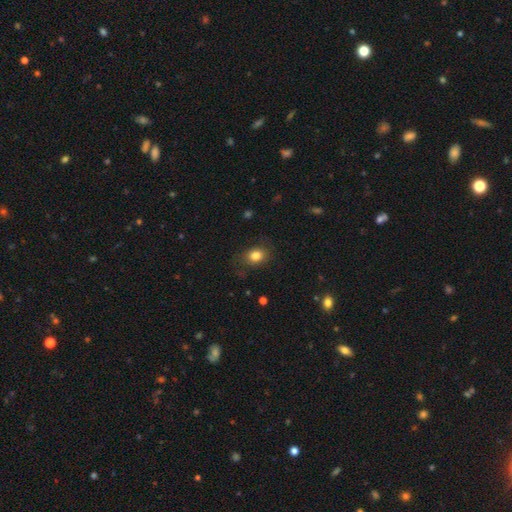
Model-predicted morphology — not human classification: smooth-or-featured: smooth: 81% | star or artifact: 11% | featured or disk: 8%
  how-rounded: in between: 51% | round: 48% | cigar-shaped: 1%
  merging: none: 75% | minor disturbance: 17% | major disturbance: 7% | merger: 1%